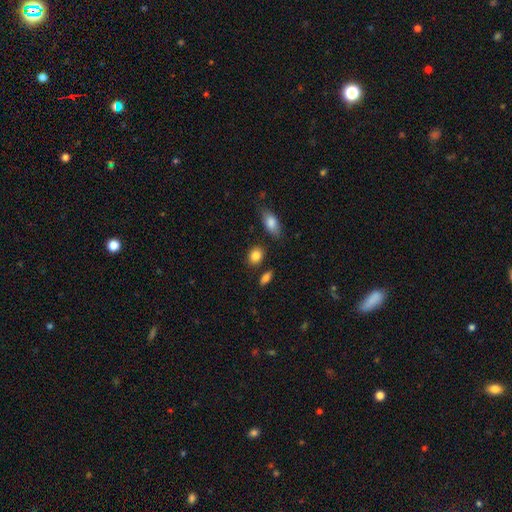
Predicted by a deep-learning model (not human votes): A smooth galaxy with no disk features (86%) that is in between round and cigar-shaped (51%).

Vote fractions:
- Smooth or featured? smooth: 86% / star or artifact: 8% / featured or disk: 6%
- How rounded? in between: 51% / round: 47% / cigar-shaped: 2%
- Merging? none: 81% / minor disturbance: 10% / merger: 5% / major disturbance: 3%